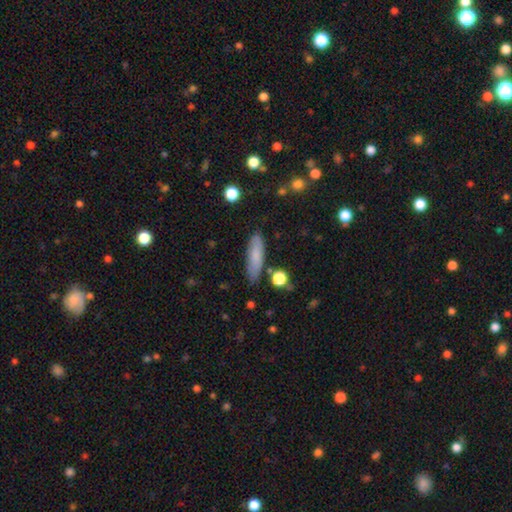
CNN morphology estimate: This appears to be a smooth galaxy with no disk features (78%) that is cigar-shaped (65%). Merging: none (82%).